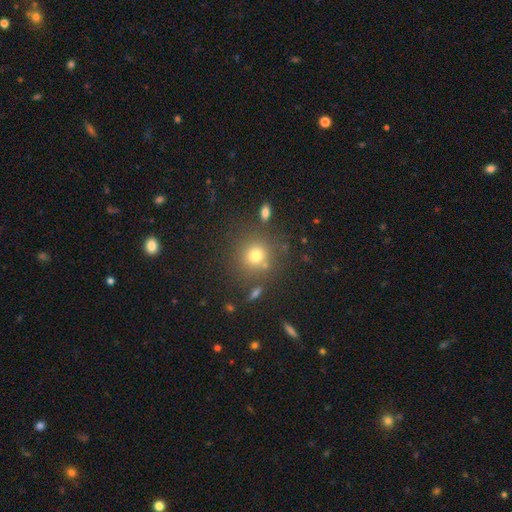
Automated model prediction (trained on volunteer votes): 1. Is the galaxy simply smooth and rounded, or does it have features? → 74% smooth, 17% star or artifact, 9% featured or disk.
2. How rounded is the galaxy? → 90% round, 9% in between, 1% cigar-shaped.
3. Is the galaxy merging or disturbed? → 79% none, 9% minor disturbance, 8% merger, 4% major disturbance.